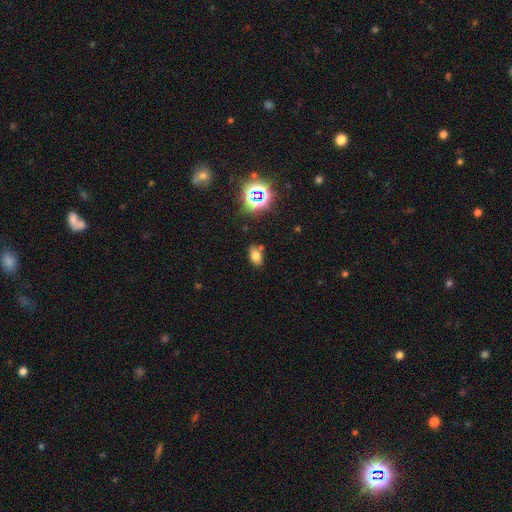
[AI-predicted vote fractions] Smooth or featured? smooth (71%)
How rounded? in between (86%)
Merging? none (75%)